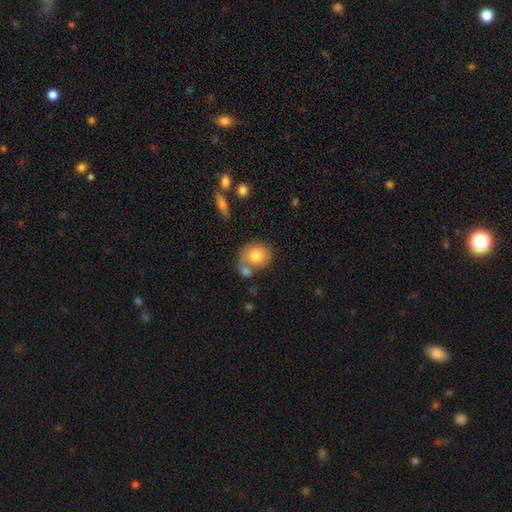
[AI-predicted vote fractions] This appears to be a smooth galaxy with no disk features (75%) that is round (71%). Merging: none (52%).